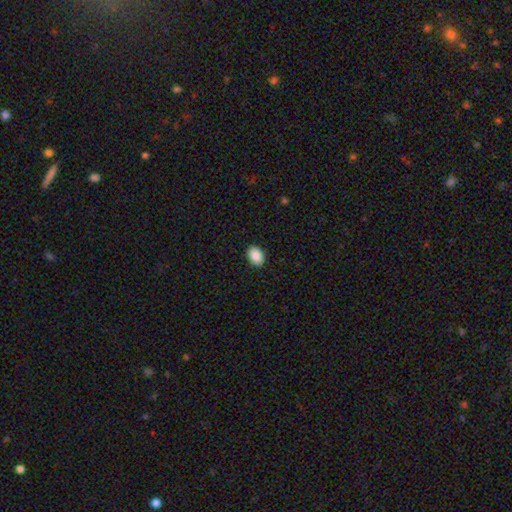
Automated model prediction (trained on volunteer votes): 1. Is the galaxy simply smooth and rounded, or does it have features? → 90% smooth, 7% star or artifact, 3% featured or disk.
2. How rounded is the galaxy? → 83% in between, 16% round, 1% cigar-shaped.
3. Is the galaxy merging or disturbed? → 90% none, 7% minor disturbance, 2% major disturbance, 1% merger.